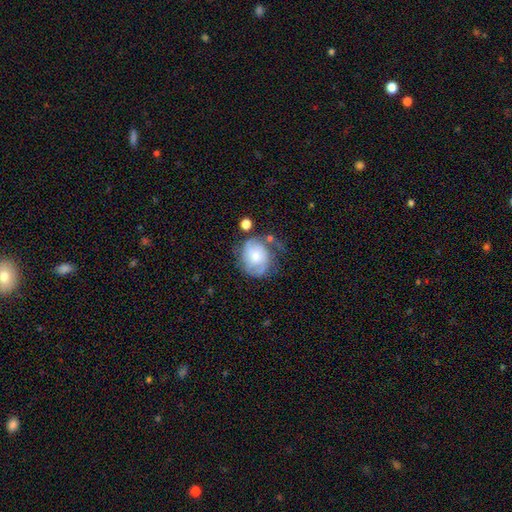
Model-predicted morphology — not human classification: Overall: featured or disk (50%; smooth 43%). Merging: none (46%; minor disturbance 27%).